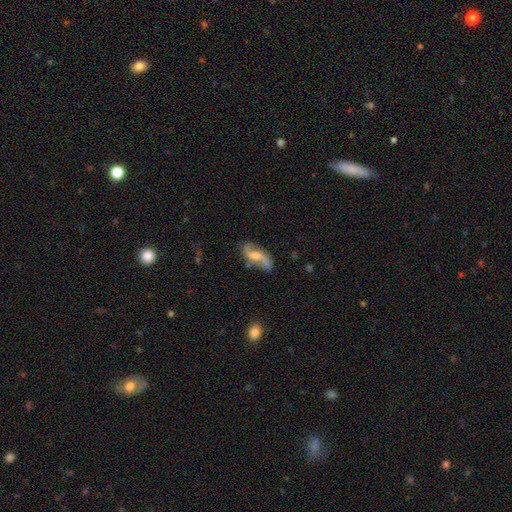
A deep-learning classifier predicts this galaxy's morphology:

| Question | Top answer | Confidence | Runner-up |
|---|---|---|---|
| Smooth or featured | featured or disk | 84% | smooth (11%) |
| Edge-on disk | no | 95% | yes (5%) |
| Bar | weak | 47% | no (37%) |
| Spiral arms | yes | 95% | no (5%) |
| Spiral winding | loose | 72% | medium (22%) |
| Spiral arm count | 2 | 92% | can't tell (3%) |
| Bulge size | moderate | 46% | small (29%) |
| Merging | none | 73% | minor disturbance (17%) |